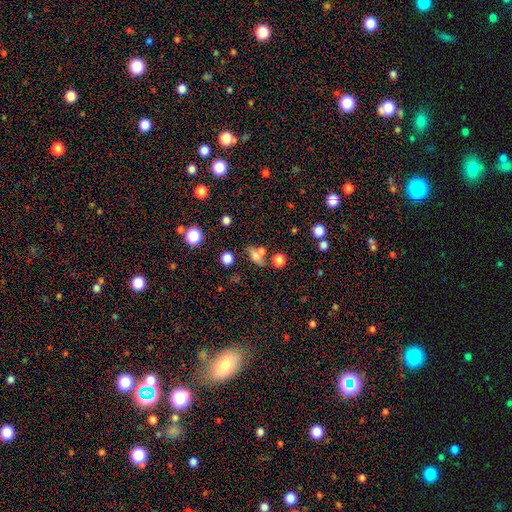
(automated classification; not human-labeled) smooth_or_featured: smooth (p=0.59) [alt: featured or disk p=0.23]
how_rounded: in between (p=0.52) [alt: round p=0.33]
merging: none (p=0.52) [alt: merger p=0.26]